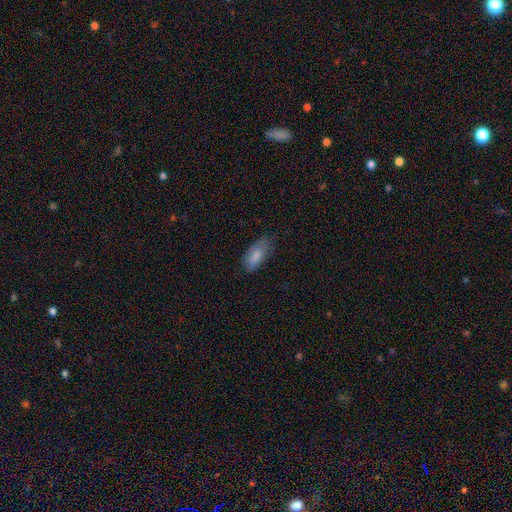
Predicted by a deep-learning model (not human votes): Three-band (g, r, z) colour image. It shows a smooth galaxy with no disk features (82%) that is in between round and cigar-shaped (86%). Merging: none (66%).